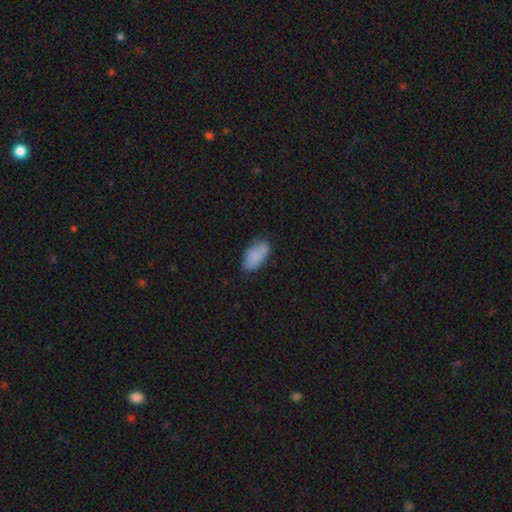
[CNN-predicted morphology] The model was most divided on "merging": none: 73%, minor disturbance: 20%, major disturbance: 5%, merger: 2%. More confident: how rounded — in between (93%); smooth or featured — smooth (84%).